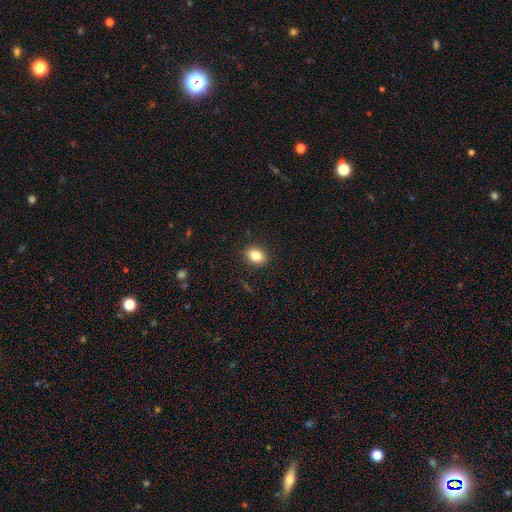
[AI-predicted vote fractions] smooth_or_featured: smooth (p=0.85) [alt: star or artifact p=0.09]
how_rounded: in between (p=0.74) [alt: round p=0.24]
merging: none (p=0.88) [alt: minor disturbance p=0.08]